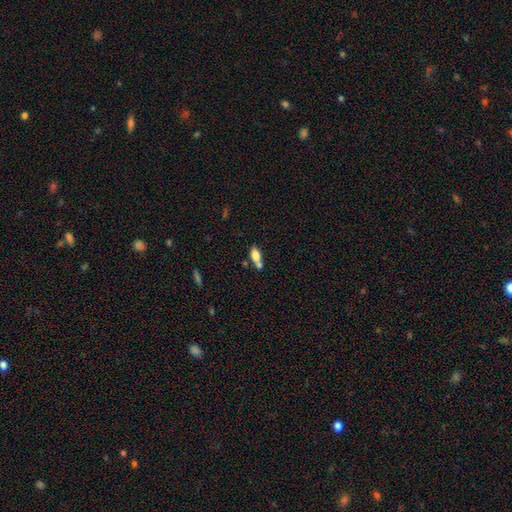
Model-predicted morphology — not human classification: Smooth or featured? Predicted: smooth (p=0.74). How rounded? Predicted: in between (p=0.80). Merging? Predicted: none (p=0.44).